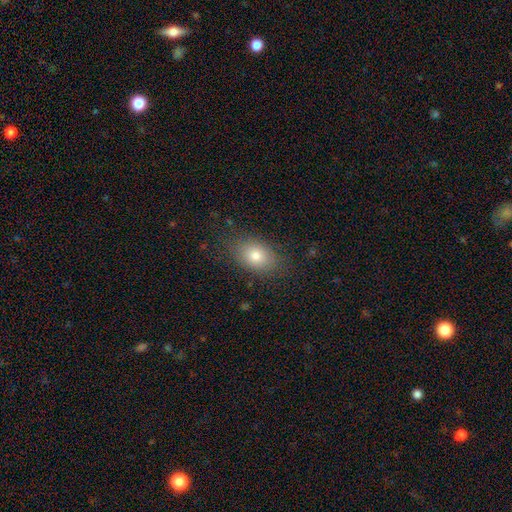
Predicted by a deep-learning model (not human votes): The model was most divided on "how rounded": in between: 80%, round: 18%, cigar-shaped: 2%. More confident: merging — none (82%); smooth or featured — smooth (79%).